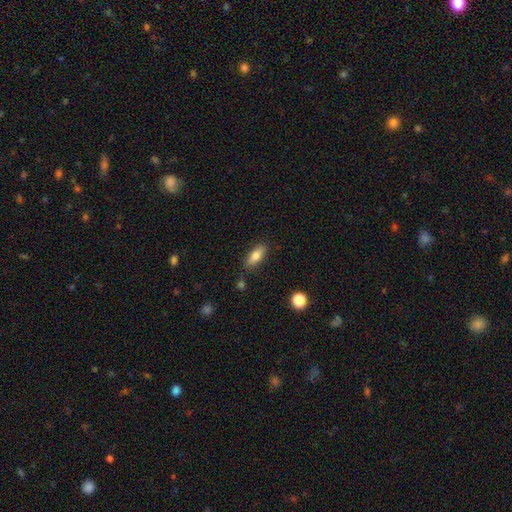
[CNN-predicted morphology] This is likely a smooth galaxy (77%). How rounded: likely in between (75%). Merging: clearly none (82%).